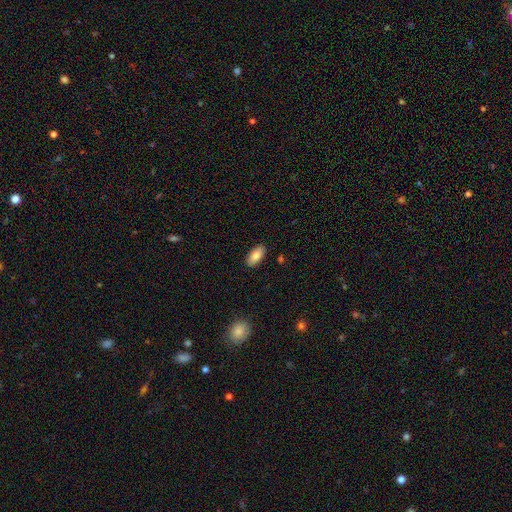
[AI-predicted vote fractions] Morphology: type=smooth (83%); roundness=in between (90%); merging=none (88%).